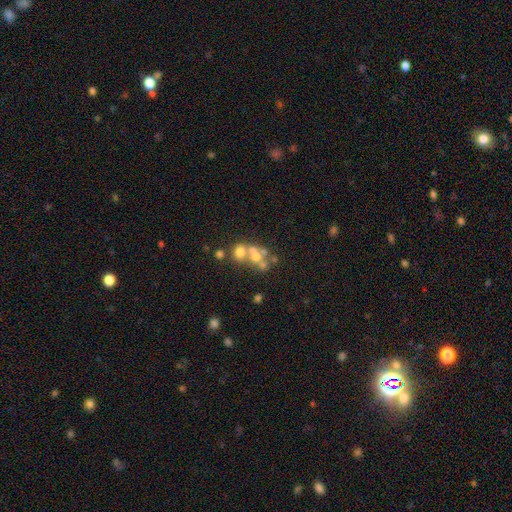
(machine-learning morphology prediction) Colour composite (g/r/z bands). It shows a smooth galaxy with no disk features (43%). Merging: merger (55%).